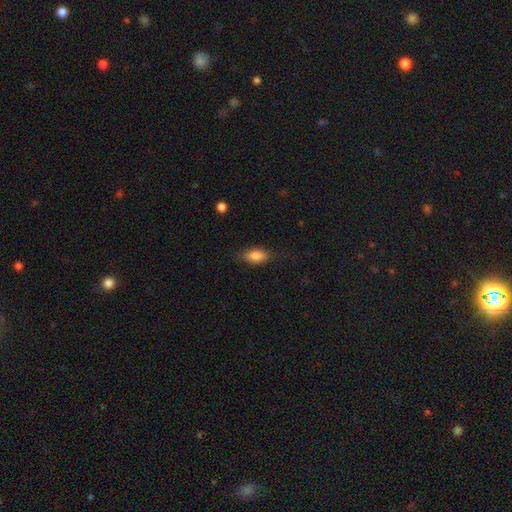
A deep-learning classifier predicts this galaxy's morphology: A smooth galaxy with no disk features (83%) that is in between round and cigar-shaped (85%). Merging: none (77%).